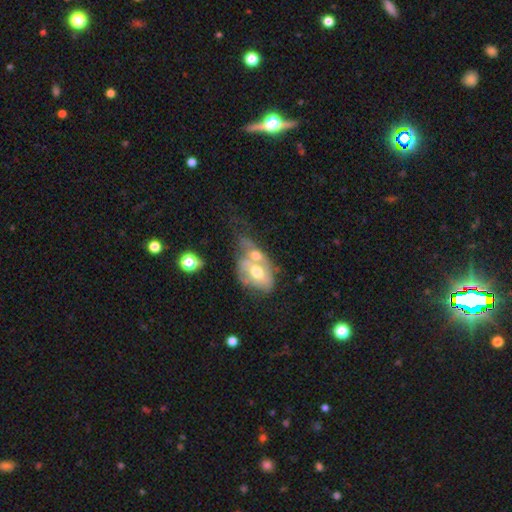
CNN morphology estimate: A featured or disk galaxy (51%). Merging: merger (62%).